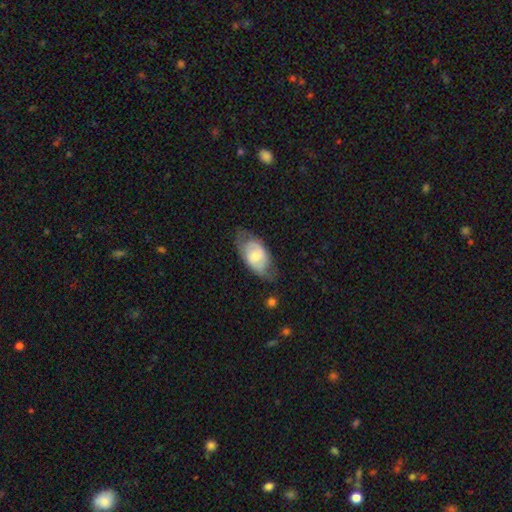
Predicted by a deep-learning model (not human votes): The model was most divided on "smooth or featured": smooth: 48%, featured or disk: 46%, star or artifact: 6%. More confident: merging — none (58%).